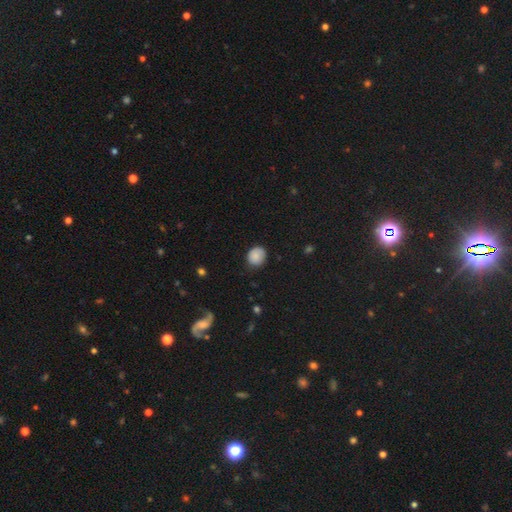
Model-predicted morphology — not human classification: smooth_or_featured: smooth (p=0.84) [alt: star or artifact p=0.08]
how_rounded: round (p=0.71) [alt: in between p=0.28]
merging: none (p=0.73) [alt: minor disturbance p=0.22]